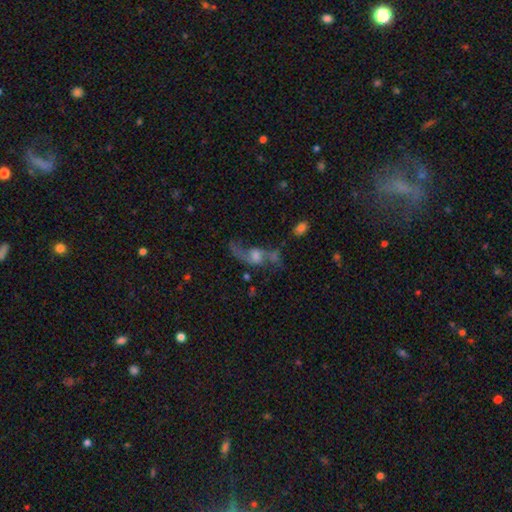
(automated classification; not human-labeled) The model was most divided on "merging": none: 38%, major disturbance: 30%, minor disturbance: 17%, merger: 15%. Remaining: edge-on disk — no (89%); spiral arms — yes (79%); bar — no (67%); smooth or featured — featured or disk (66%); bulge size — moderate (45%).